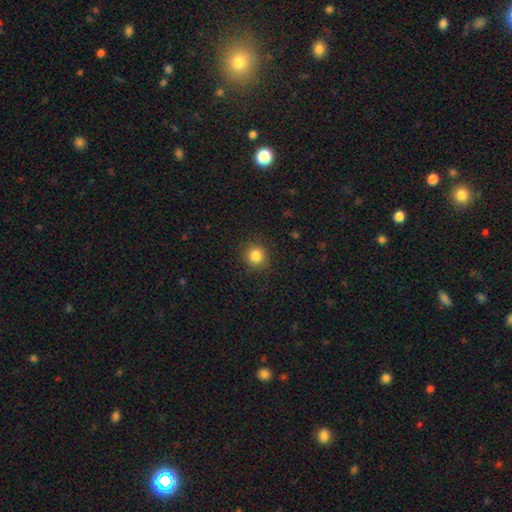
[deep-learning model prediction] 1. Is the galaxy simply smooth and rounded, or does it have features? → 84% smooth, 11% star or artifact, 5% featured or disk.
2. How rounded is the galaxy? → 90% round, 9% in between, 1% cigar-shaped.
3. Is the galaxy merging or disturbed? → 89% none, 7% minor disturbance, 2% major disturbance, 1% merger.